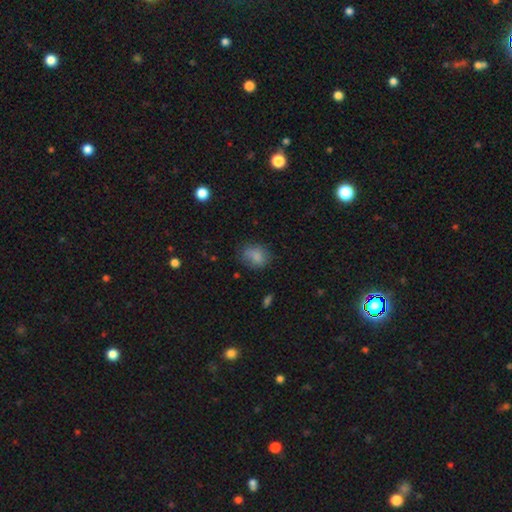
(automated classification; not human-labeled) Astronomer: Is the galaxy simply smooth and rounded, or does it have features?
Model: smooth — 80%.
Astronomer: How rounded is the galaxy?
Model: in between — 52% (runner-up: round, 47%).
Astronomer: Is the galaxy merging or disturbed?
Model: none — 62%.